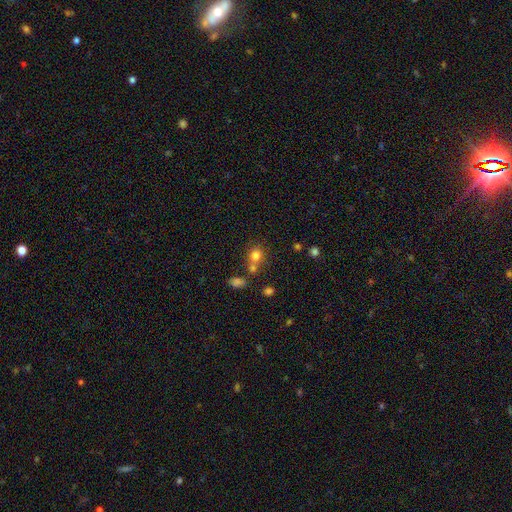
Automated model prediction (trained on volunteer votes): smooth-or-featured: smooth: 77% | star or artifact: 14% | featured or disk: 9%
  how-rounded: round: 77% | in between: 22% | cigar-shaped: 1%
  merging: none: 55% | merger: 29% | minor disturbance: 11% | major disturbance: 5%